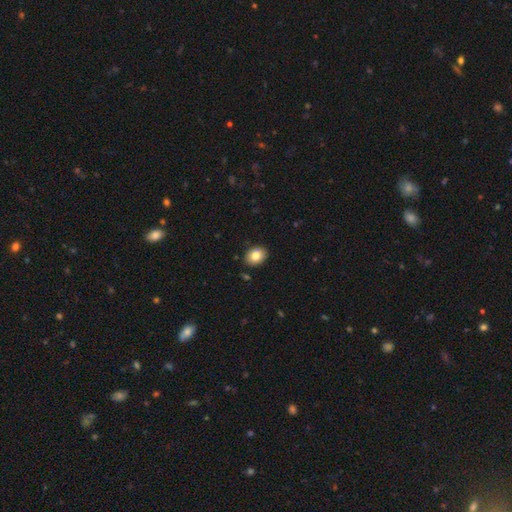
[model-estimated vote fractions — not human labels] Smooth or featured? smooth (82%)
How rounded? in between (56%)
Merging? none (89%)